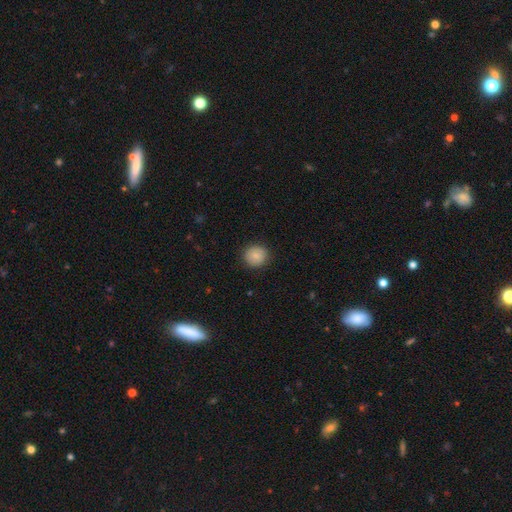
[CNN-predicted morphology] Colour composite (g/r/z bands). It shows a smooth galaxy with no disk features (85%) that is round (88%). Merging: none (89%).